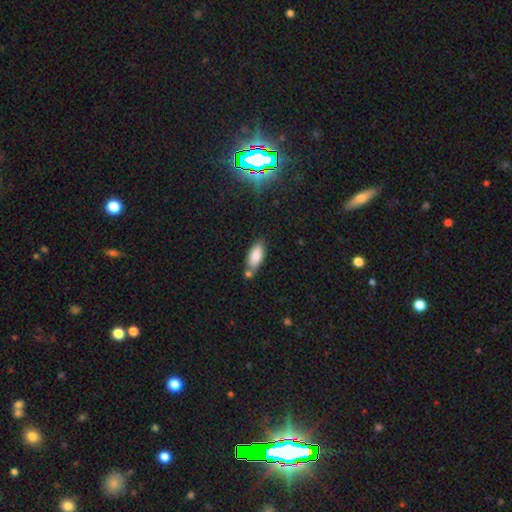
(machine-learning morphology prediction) This is clearly a smooth galaxy (84%). How rounded: clearly in between (86%). Merging: likely none (66%).